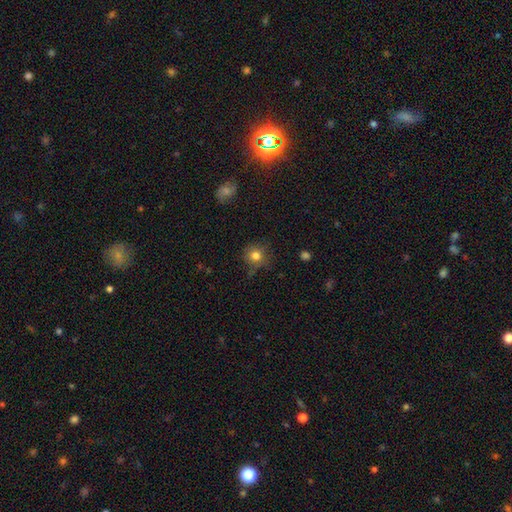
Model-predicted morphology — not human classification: Smooth or featured? Predicted: smooth (p=0.80). How rounded? Predicted: round (p=0.88). Merging? Predicted: none (p=0.76).